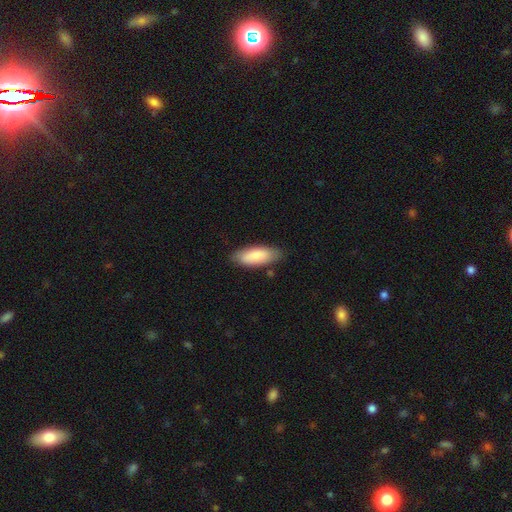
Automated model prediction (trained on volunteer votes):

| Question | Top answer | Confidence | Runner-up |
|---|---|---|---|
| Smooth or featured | smooth | 80% | featured or disk (14%) |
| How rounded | in between | 78% | cigar-shaped (21%) |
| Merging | none | 80% | minor disturbance (15%) |